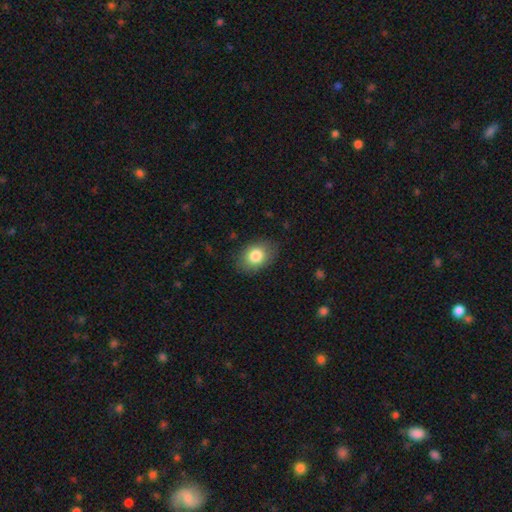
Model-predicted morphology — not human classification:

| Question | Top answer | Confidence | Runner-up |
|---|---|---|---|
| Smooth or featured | smooth | 82% | featured or disk (10%) |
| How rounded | in between | 73% | round (26%) |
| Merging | none | 81% | minor disturbance (14%) |